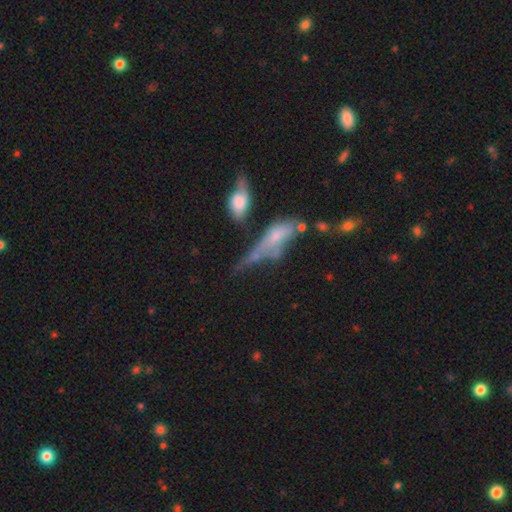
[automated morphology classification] Q: Smooth or featured?
A: smooth (44%); runner-up: featured or disk (42%)
Q: Merging?
A: none (30%); runner-up: merger (26%)